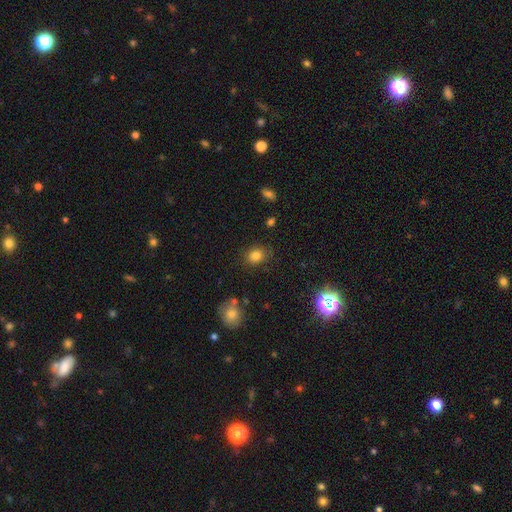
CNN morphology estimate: This appears to be a smooth galaxy with no disk features (81%) that is round (49%, tied with in between). Merging: none (81%).